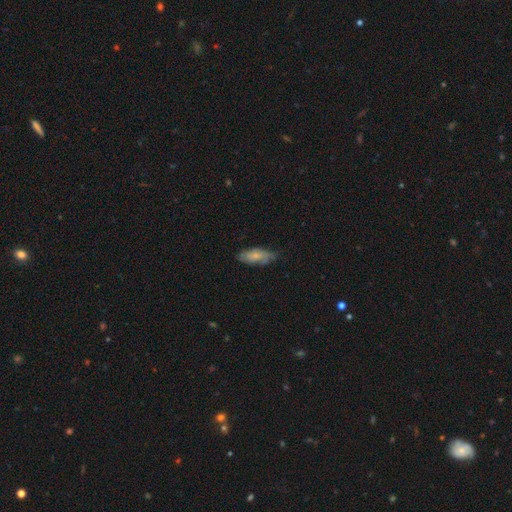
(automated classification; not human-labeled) Smooth or featured: smooth — 68% (featured or disk — 26%)
How rounded: in between — 75% (cigar-shaped — 23%)
Merging: none — 68% (minor disturbance — 26%)